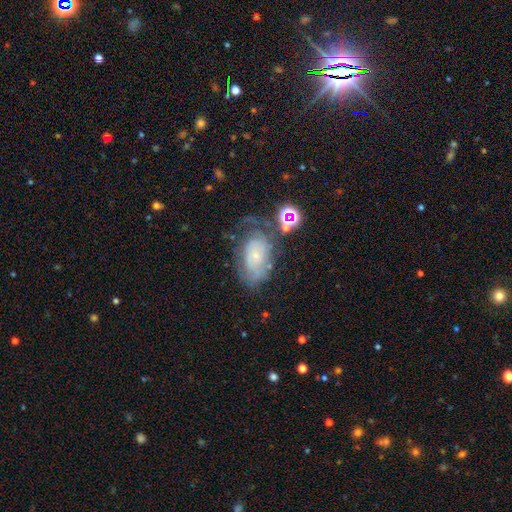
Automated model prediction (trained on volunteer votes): smooth-or-featured: featured or disk: 57% | smooth: 31% | star or artifact: 13%
  disk-edge-on: no: 95% | yes: 5%
    bar: no: 78% | weak: 18% | strong: 3%
    has-spiral-arms: yes: 75% | no: 25%
    bulge-size: small: 74% | moderate: 15% | none: 7% | large: 2% | dominant: 1%
  merging: none: 43% | minor disturbance: 27% | major disturbance: 24% | merger: 6%